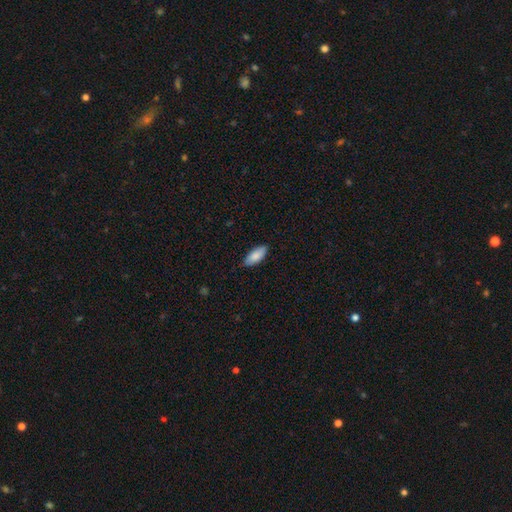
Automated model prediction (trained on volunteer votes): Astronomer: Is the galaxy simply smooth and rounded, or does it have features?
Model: smooth — 87%.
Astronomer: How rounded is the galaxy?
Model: in between — 85%.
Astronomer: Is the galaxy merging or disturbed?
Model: none — 84%.